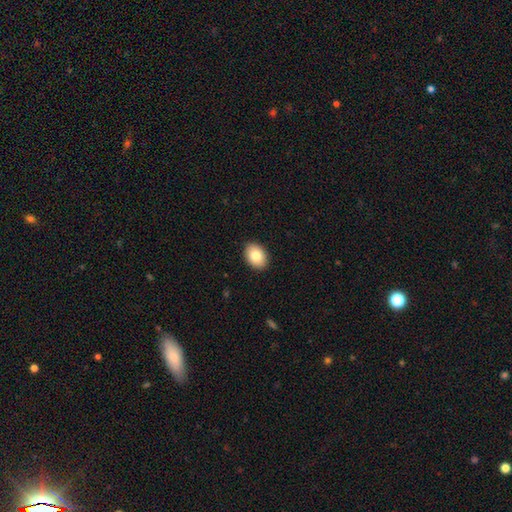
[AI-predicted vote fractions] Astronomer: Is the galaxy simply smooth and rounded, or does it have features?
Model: smooth — 83%.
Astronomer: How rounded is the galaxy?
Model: in between — 78%.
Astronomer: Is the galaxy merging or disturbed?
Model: none — 90%.